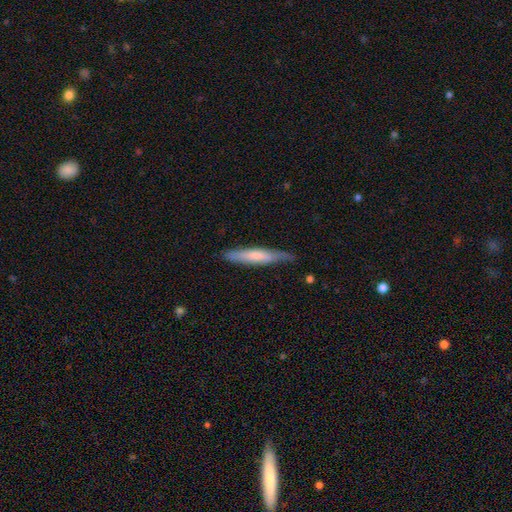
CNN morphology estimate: smooth-or-featured: smooth: 61% | featured or disk: 34% | star or artifact: 5%
  how-rounded: cigar-shaped: 92% | in between: 7% | round: 1%
  merging: none: 78% | minor disturbance: 18% | major disturbance: 3% | merger: 1%